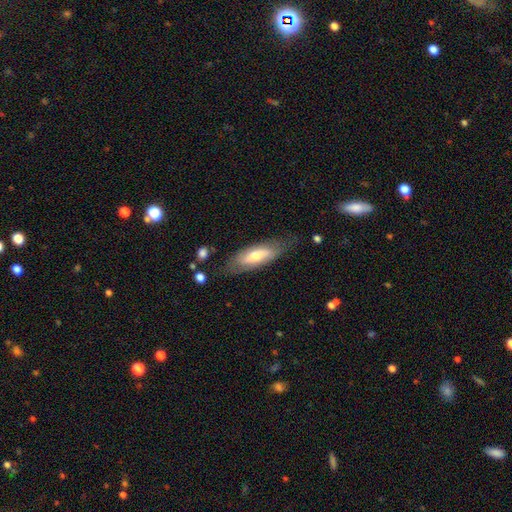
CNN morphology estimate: Smooth or featured?
  - smooth: 54% *
  - featured or disk: 40%
  - star or artifact: 6%
How rounded?
  - in between: 62% *
  - cigar-shaped: 36%
  - round: 2%
Merging?
  - none: 72% *
  - minor disturbance: 20%
  - major disturbance: 6%
  - merger: 2%